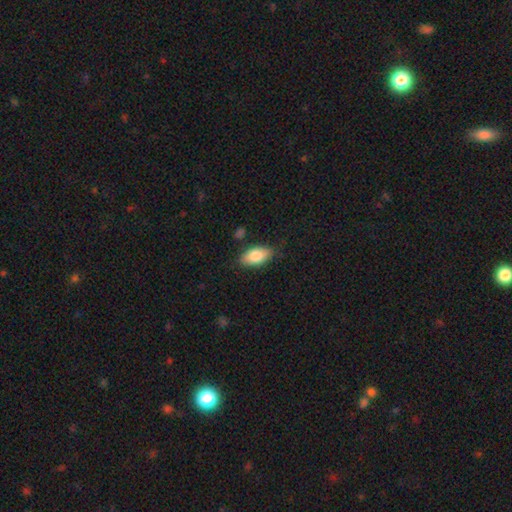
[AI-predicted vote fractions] A smooth galaxy with no disk features (81%) that is in between round and cigar-shaped (92%). Merging: none (82%).